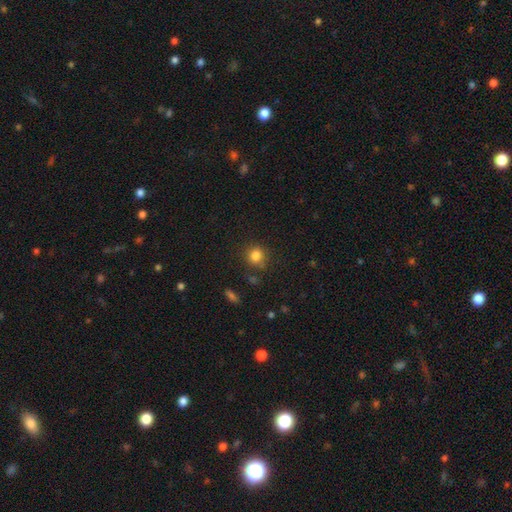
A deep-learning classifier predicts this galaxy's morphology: smooth_or_featured: smooth (p=0.82) [alt: star or artifact p=0.12]
how_rounded: round (p=0.80) [alt: in between p=0.19]
merging: none (p=0.77) [alt: minor disturbance p=0.14]